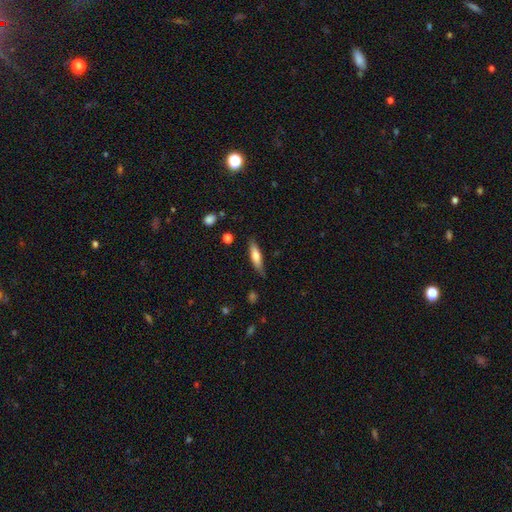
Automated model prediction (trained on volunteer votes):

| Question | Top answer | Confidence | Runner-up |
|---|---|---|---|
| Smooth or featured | smooth | 68% | featured or disk (26%) |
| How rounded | cigar-shaped | 69% | in between (30%) |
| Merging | none | 79% | minor disturbance (16%) |